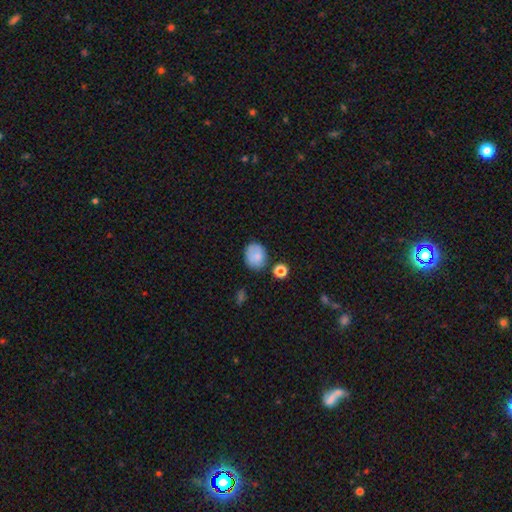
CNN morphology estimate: Q: Smooth or featured?
A: smooth (81%); runner-up: featured or disk (10%)
Q: How rounded?
A: in between (50%); runner-up: round (49%)
Q: Merging?
A: none (71%); runner-up: minor disturbance (18%)